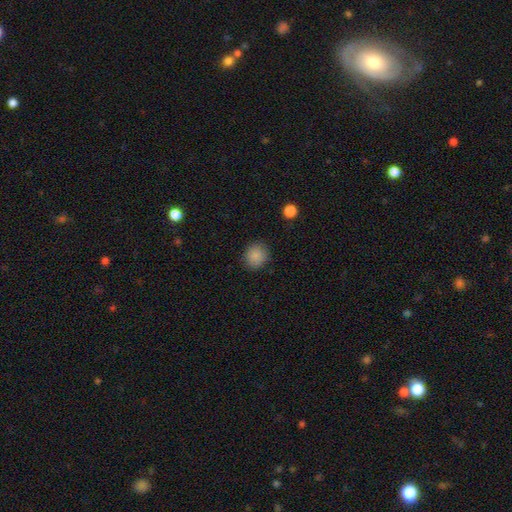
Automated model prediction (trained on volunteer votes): smooth 87%, star or artifact 10%, featured or disk 3%. Down the decision tree: how rounded — round (84%); merging — none (88%).